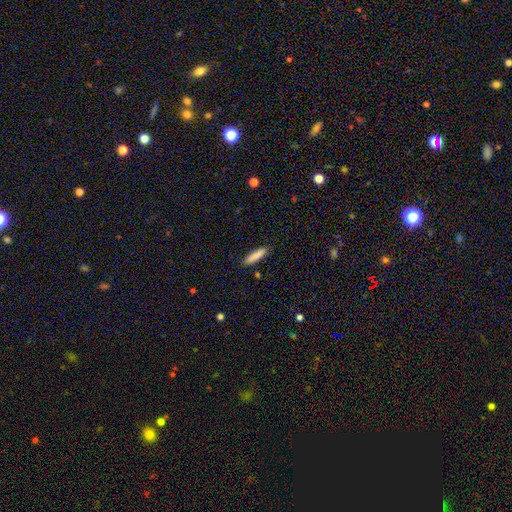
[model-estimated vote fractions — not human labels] A smooth galaxy with no disk features (86%) that is cigar-shaped (77%). Merging: none (88%).